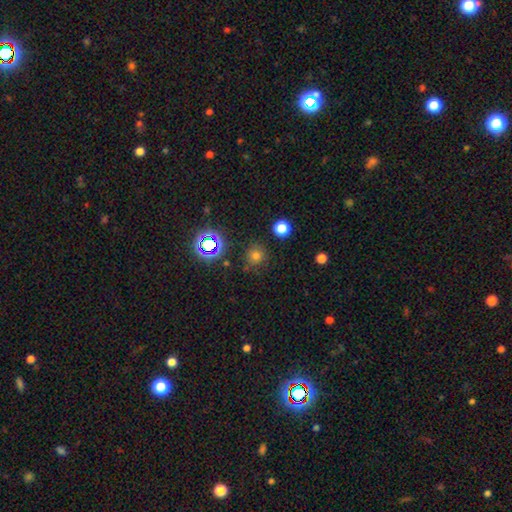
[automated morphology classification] smooth 67%, star or artifact 26%, featured or disk 7%. Down the decision tree: how rounded — round (92%); merging — none (82%).